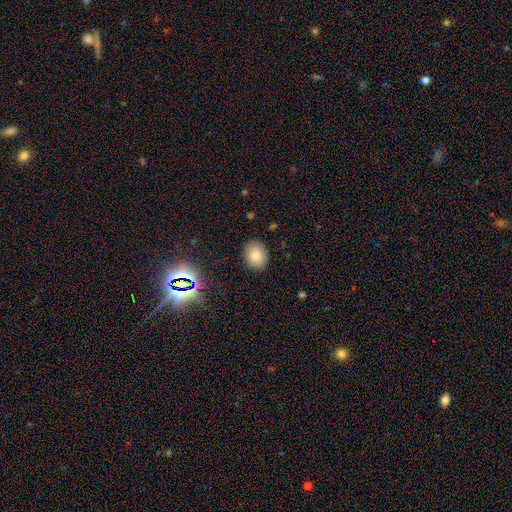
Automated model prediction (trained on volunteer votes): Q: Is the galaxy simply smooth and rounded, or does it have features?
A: smooth — 79%.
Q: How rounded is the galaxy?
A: round — 51%.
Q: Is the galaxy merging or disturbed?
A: none — 87%.